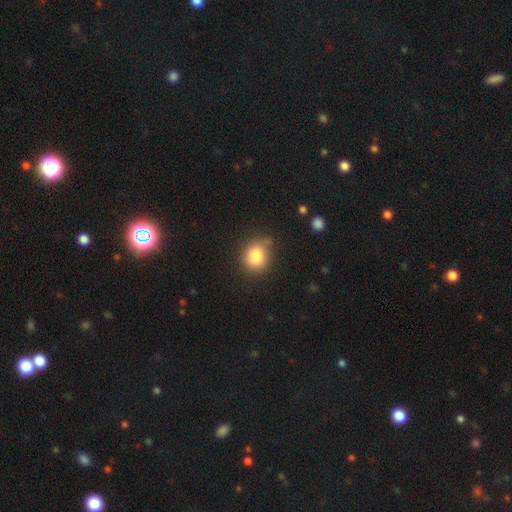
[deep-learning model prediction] A smooth galaxy with no disk features (83%) that is round (59%).

Vote fractions:
- Smooth or featured? smooth: 83% / star or artifact: 9% / featured or disk: 8%
- How rounded? round: 59% / in between: 40% / cigar-shaped: 1%
- Merging? none: 56% / minor disturbance: 30% / major disturbance: 9% / merger: 5%